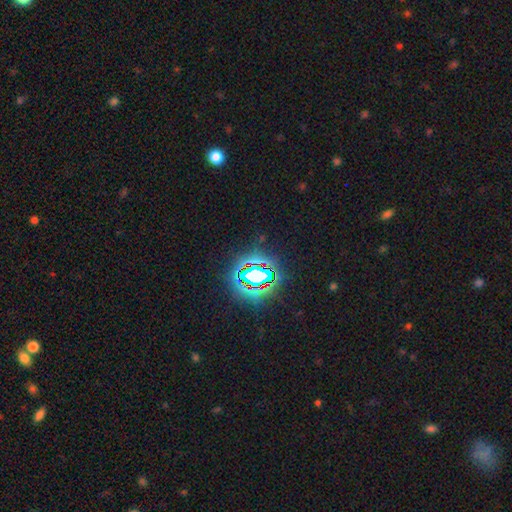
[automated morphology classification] Smooth or featured? Predicted: star or artifact (p=0.79).